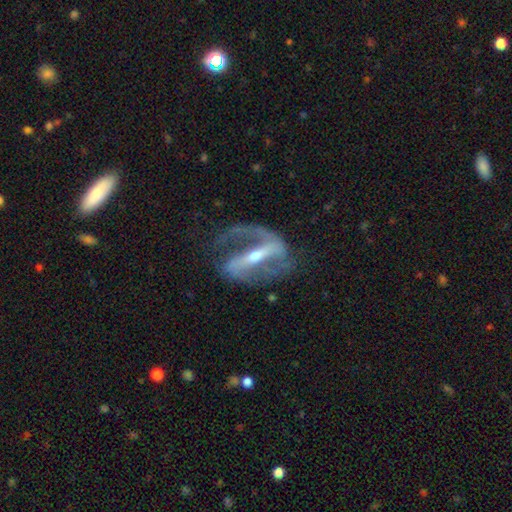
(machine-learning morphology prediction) Smooth or featured? Predicted: featured or disk (p=0.89). Edge-on disk? Predicted: no (p=0.88). Bar? Predicted: strong (p=0.76). Spiral arms? Predicted: yes (p=0.92). Spiral winding? Predicted: medium (p=0.47). Spiral arm count? Predicted: 2 (p=0.82). Bulge size? Predicted: small (p=0.49). Merging? Predicted: none (p=0.59).